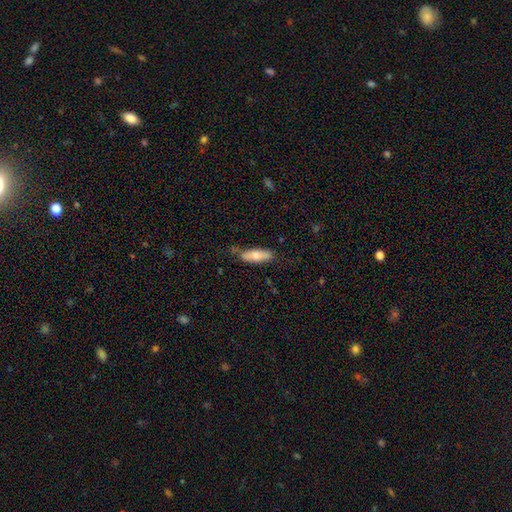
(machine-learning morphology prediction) Overall: smooth (62%; featured or disk 31%). How rounded: in between (52%; cigar-shaped 46%). Merging: none (70%).